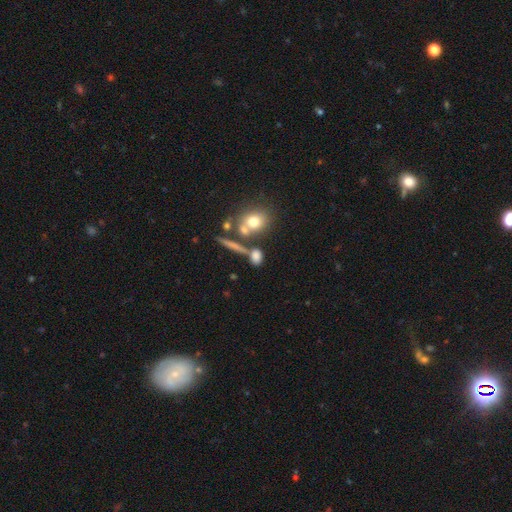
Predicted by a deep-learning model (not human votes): Smooth or featured?
  - smooth: 71% *
  - featured or disk: 17%
  - star or artifact: 13%
How rounded?
  - in between: 48% *
  - round: 35%
  - cigar-shaped: 16%
Merging?
  - none: 55% *
  - merger: 25%
  - minor disturbance: 13%
  - major disturbance: 7%